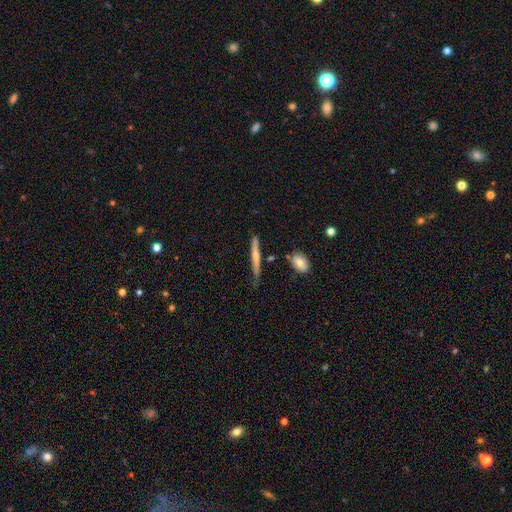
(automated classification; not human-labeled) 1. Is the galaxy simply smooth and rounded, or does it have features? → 50% smooth, 44% featured or disk, 6% star or artifact.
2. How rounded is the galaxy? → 93% cigar-shaped, 5% in between, 2% round.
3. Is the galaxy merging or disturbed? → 69% none, 22% minor disturbance, 5% major disturbance, 5% merger.